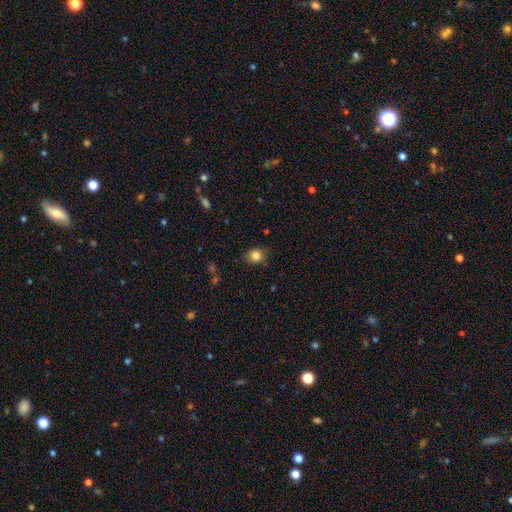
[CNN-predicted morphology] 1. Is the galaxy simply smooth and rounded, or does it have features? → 84% smooth, 10% star or artifact, 6% featured or disk.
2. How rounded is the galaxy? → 68% round, 31% in between, 1% cigar-shaped.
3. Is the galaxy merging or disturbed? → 73% none, 21% minor disturbance, 5% major disturbance, 1% merger.